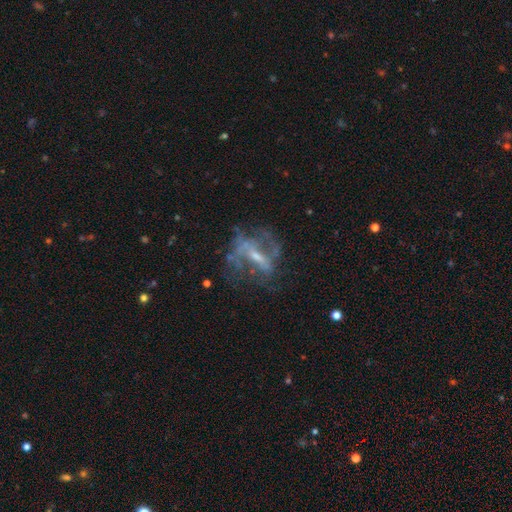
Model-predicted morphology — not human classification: The model was most divided on "bar": weak: 38%, strong: 36%, no: 27%. Remaining: edge-on disk — no (92%); smooth or featured — featured or disk (75%); spiral arms — yes (59%); bulge size — small (53%); merging — none (49%).